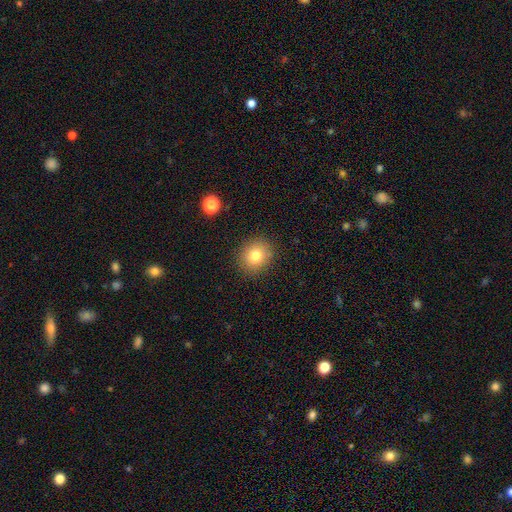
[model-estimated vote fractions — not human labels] Smooth or featured: smooth — 78% (star or artifact — 12%)
How rounded: round — 80% (in between — 20%)
Merging: none — 89% (minor disturbance — 7%)